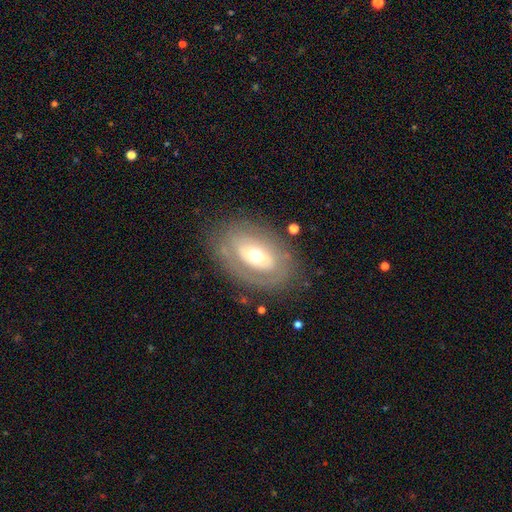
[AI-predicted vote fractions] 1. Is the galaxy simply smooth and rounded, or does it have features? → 67% featured or disk, 26% smooth, 7% star or artifact.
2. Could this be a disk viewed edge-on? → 92% no, 8% yes.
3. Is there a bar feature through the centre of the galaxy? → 61% no, 26% weak, 13% strong.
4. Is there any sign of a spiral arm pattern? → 55% no, 45% yes.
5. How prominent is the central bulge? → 67% moderate, 20% small, 11% large, 1% dominant, 1% none.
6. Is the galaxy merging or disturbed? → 75% none, 16% minor disturbance, 7% major disturbance, 2% merger.